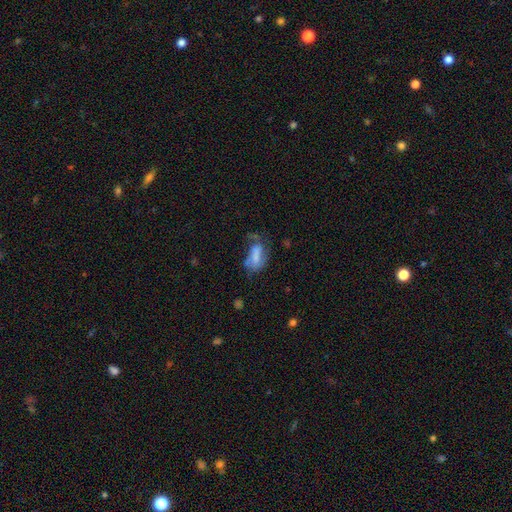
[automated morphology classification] Smooth or featured?
  - smooth: 58% *
  - featured or disk: 32%
  - star or artifact: 10%
How rounded?
  - in between: 86% *
  - cigar-shaped: 8%
  - round: 6%
Merging?
  - major disturbance: 37% *
  - none: 28%
  - minor disturbance: 27%
  - merger: 8%